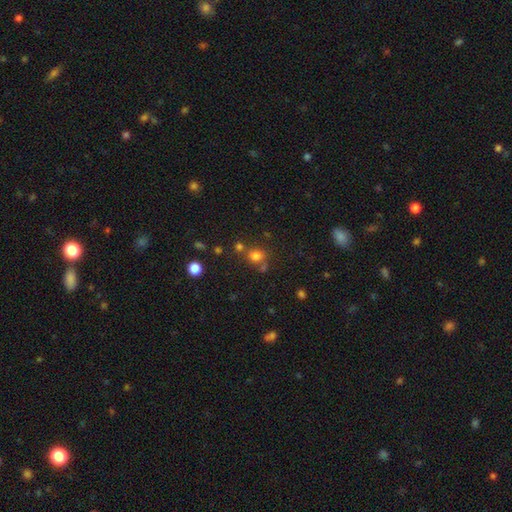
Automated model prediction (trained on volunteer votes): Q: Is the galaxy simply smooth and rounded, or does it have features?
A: smooth — 75%.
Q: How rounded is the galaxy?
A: round — 79%.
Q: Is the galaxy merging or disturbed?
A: none — 64%.